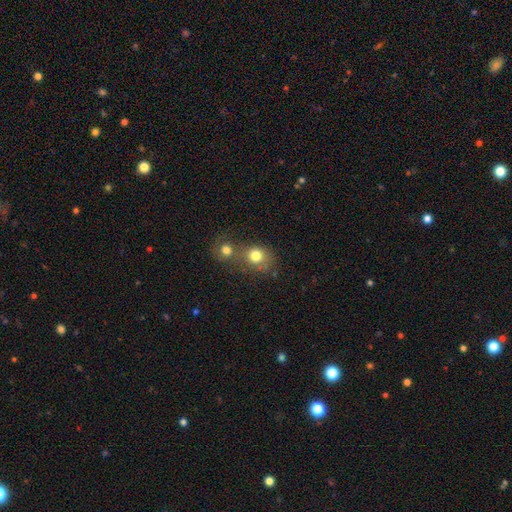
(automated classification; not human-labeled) Smooth or featured?
  - smooth: 77% *
  - featured or disk: 11%
  - star or artifact: 11%
How rounded?
  - round: 74% *
  - in between: 25%
  - cigar-shaped: 1%
Merging?
  - merger: 50% *
  - none: 36%
  - minor disturbance: 9%
  - major disturbance: 5%